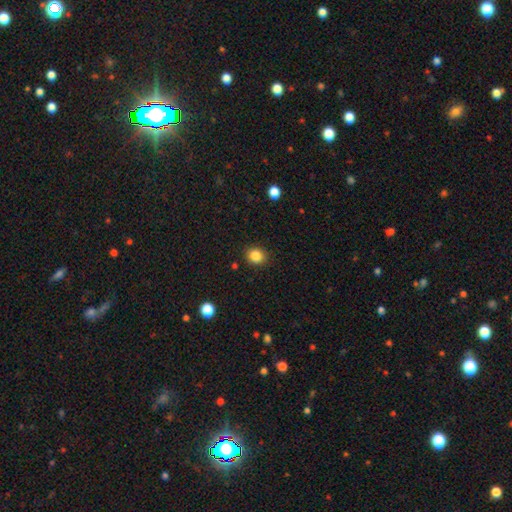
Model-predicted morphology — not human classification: A smooth galaxy with no disk features (85%) that is round (76%).

Vote fractions:
- Smooth or featured? smooth: 85% / star or artifact: 11% / featured or disk: 4%
- How rounded? round: 76% / in between: 23% / cigar-shaped: 1%
- Merging? none: 89% / minor disturbance: 7% / major disturbance: 2% / merger: 1%